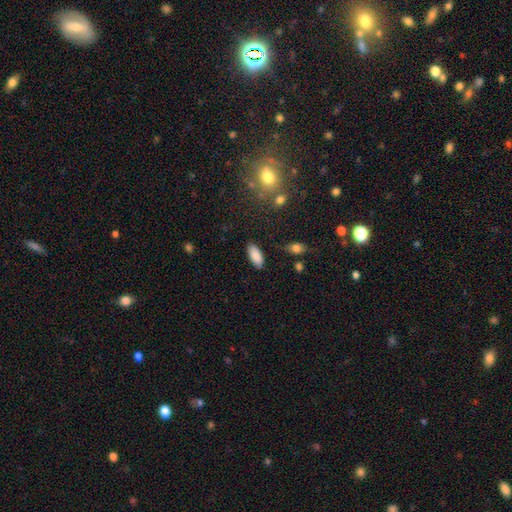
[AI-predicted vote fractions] smooth_or_featured: smooth (p=0.88) [alt: star or artifact p=0.07]
how_rounded: in between (p=0.88) [alt: cigar-shaped p=0.10]
merging: none (p=0.87) [alt: minor disturbance p=0.09]